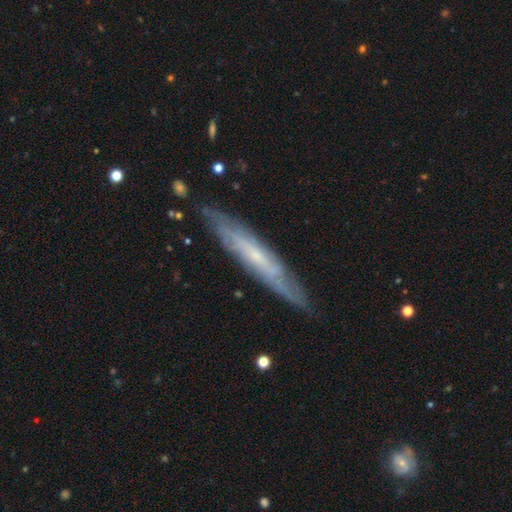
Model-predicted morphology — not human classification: A featured or disk galaxy (68%) viewed edge-on (66%).

Vote fractions:
- Smooth or featured? featured or disk: 68% / smooth: 26% / star or artifact: 6%
- Edge-on disk? yes: 66% / no: 34%
- Merging? none: 83% / minor disturbance: 13% / major disturbance: 2% / merger: 1%